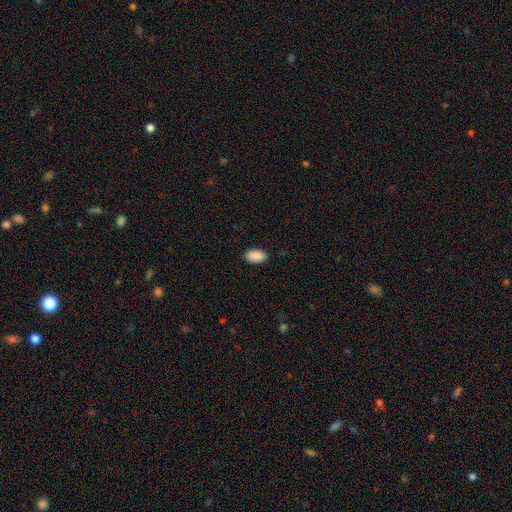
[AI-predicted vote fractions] This appears to be a smooth galaxy with no disk features (91%) that is in between round and cigar-shaped (94%). Merging: none (87%).